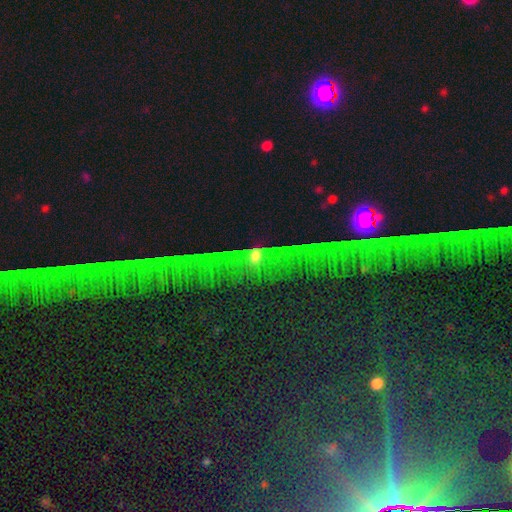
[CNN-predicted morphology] This appears to be a star or artifact, not a galaxy (38%).